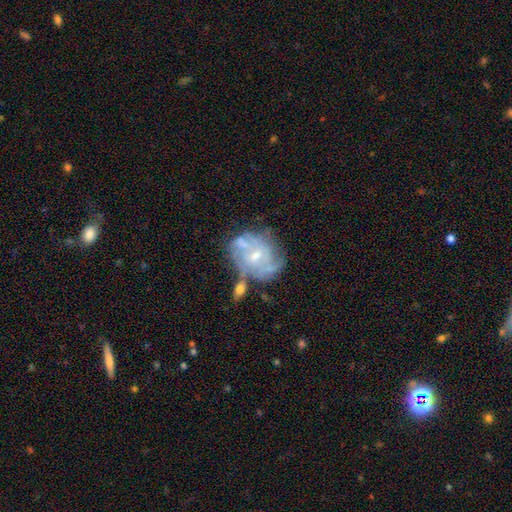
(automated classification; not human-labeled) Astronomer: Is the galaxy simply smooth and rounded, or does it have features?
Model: featured or disk — 77%.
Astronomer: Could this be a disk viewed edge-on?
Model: no — 97%.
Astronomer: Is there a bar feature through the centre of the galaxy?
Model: no — 62%.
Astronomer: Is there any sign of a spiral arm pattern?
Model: yes — 76%.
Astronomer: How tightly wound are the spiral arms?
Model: tight — 50% (runner-up: medium, 35%).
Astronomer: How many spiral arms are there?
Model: can't tell — 47%.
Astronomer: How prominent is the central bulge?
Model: small — 55% (runner-up: moderate, 39%).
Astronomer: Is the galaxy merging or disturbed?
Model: none — 44% (runner-up: minor disturbance, 22%).